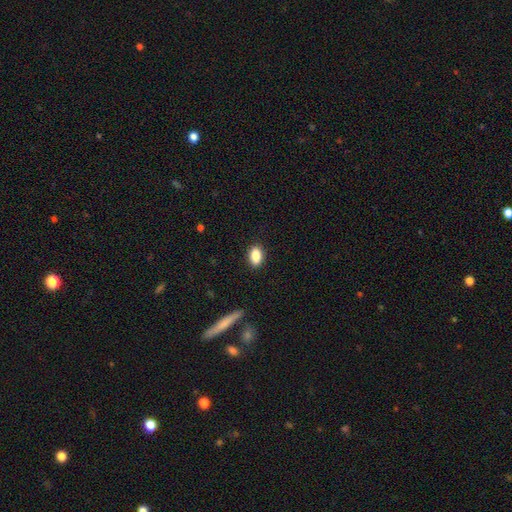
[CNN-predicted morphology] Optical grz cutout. It shows a smooth galaxy with no disk features (85%) that is in between round and cigar-shaped (85%). Merging: none (87%).